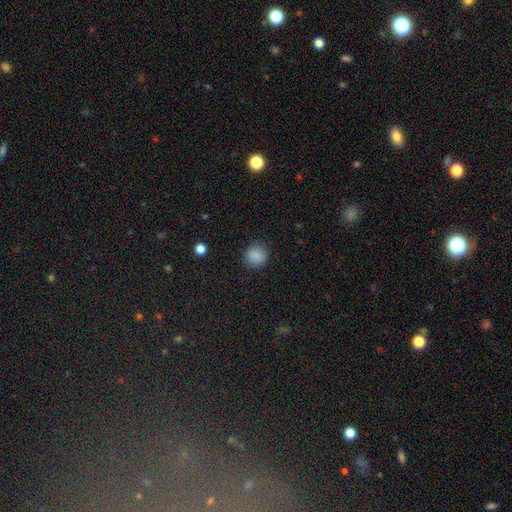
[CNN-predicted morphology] A smooth galaxy with no disk features (87%) that is round (86%).

Vote fractions:
- Smooth or featured? smooth: 87% / star or artifact: 9% / featured or disk: 4%
- How rounded? round: 86% / in between: 13% / cigar-shaped: 1%
- Merging? none: 88% / minor disturbance: 8% / major disturbance: 3% / merger: 1%